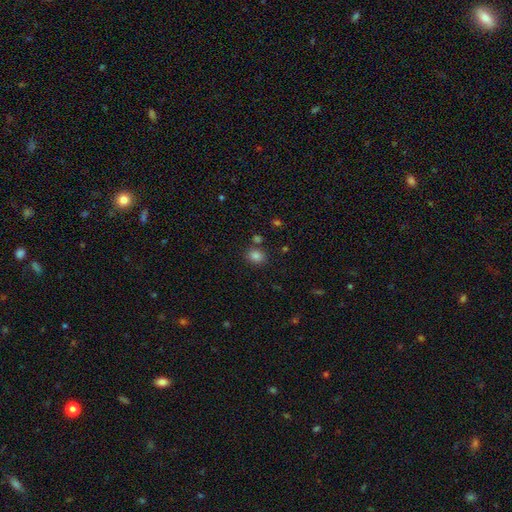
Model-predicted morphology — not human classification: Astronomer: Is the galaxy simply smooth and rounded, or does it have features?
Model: smooth — 83%.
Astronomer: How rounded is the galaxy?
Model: round — 53% (runner-up: in between, 46%).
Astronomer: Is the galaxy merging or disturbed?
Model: none — 78%.